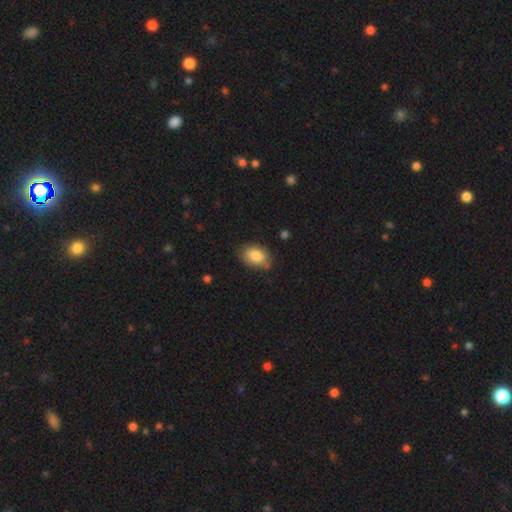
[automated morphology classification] Smooth or featured?
  - smooth: 85% *
  - featured or disk: 8%
  - star or artifact: 7%
How rounded?
  - in between: 85% *
  - round: 14%
  - cigar-shaped: 1%
Merging?
  - none: 76% *
  - minor disturbance: 19%
  - major disturbance: 4%
  - merger: 2%